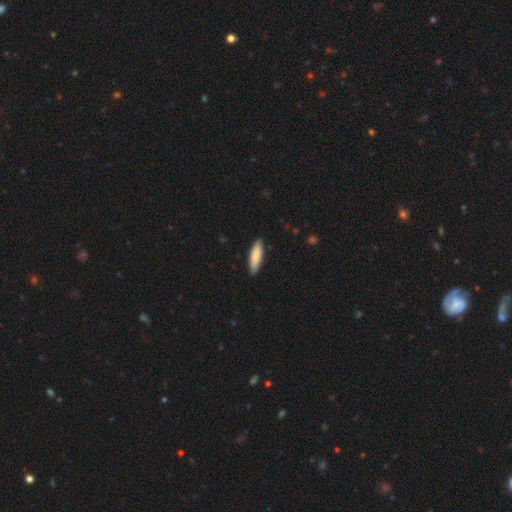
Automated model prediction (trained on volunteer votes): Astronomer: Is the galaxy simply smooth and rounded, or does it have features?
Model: smooth — 85%.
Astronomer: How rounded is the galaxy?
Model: cigar-shaped — 57% (runner-up: in between, 42%).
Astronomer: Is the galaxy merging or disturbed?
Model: none — 88%.